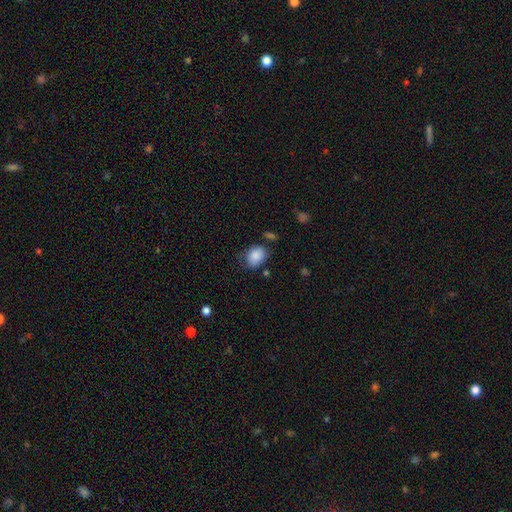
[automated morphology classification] Smooth or featured? smooth (86%)
How rounded? in between (65%)
Merging? none (64%)